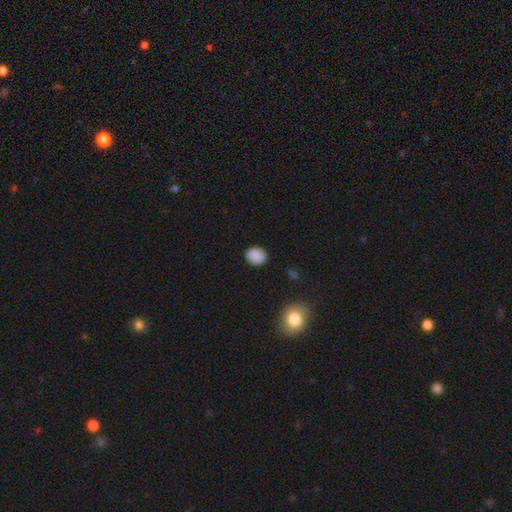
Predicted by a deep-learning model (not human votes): Smooth or featured? Predicted: smooth (p=0.88). How rounded? Predicted: round (p=0.78). Merging? Predicted: none (p=0.89).